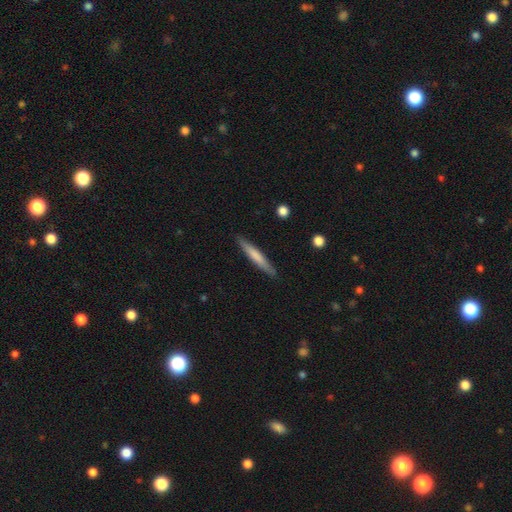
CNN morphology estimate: smooth-or-featured: smooth: 65% | featured or disk: 30% | star or artifact: 5%
  how-rounded: cigar-shaped: 95% | in between: 4% | round: 1%
  merging: none: 89% | minor disturbance: 8% | major disturbance: 2% | merger: 1%